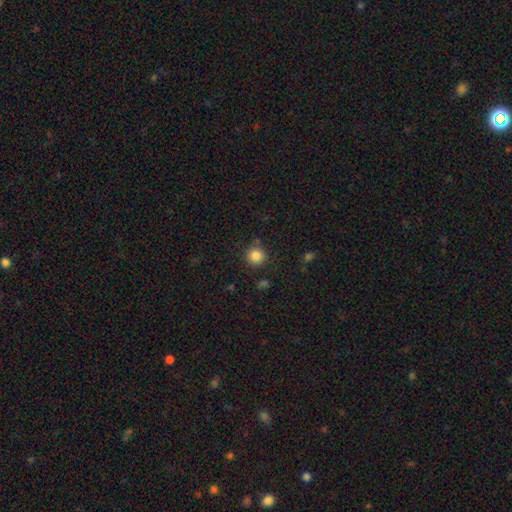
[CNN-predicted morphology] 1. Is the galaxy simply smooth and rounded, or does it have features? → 84% smooth, 11% star or artifact, 5% featured or disk.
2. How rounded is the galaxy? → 94% round, 5% in between, 1% cigar-shaped.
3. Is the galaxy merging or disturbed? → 85% none, 10% minor disturbance, 3% major disturbance, 3% merger.